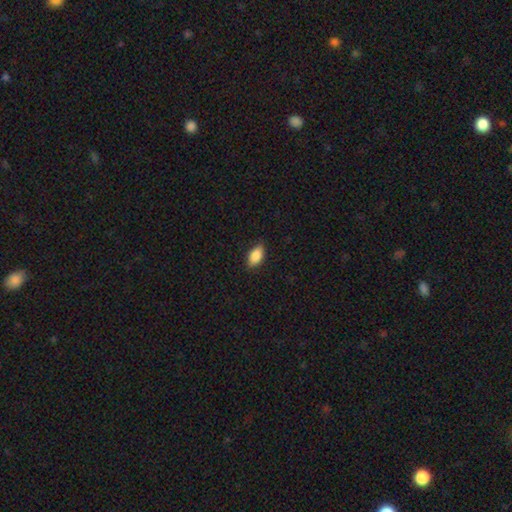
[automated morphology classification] Smooth or featured: smooth — 87% (star or artifact — 7%)
How rounded: in between — 91% (cigar-shaped — 5%)
Merging: none — 85% (minor disturbance — 12%)